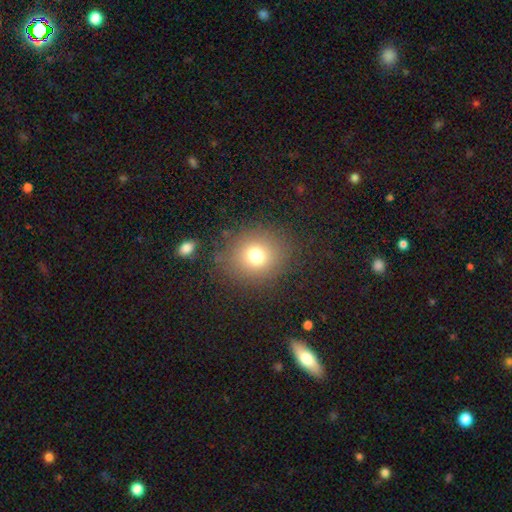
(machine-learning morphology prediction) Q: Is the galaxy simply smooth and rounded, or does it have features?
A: smooth — 74%.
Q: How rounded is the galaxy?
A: round — 82%.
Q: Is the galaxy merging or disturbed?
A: none — 84%.